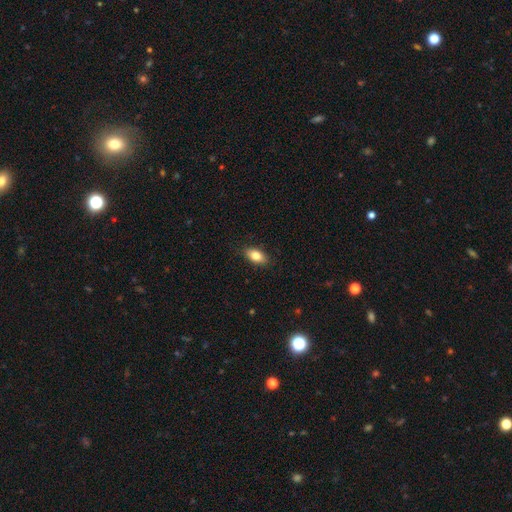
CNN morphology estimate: A smooth galaxy with no disk features (82%) that is in between round and cigar-shaped (89%).

Vote fractions:
- Smooth or featured? smooth: 82% / featured or disk: 10% / star or artifact: 8%
- How rounded? in between: 89% / round: 7% / cigar-shaped: 4%
- Merging? none: 88% / minor disturbance: 9% / major disturbance: 2% / merger: 1%